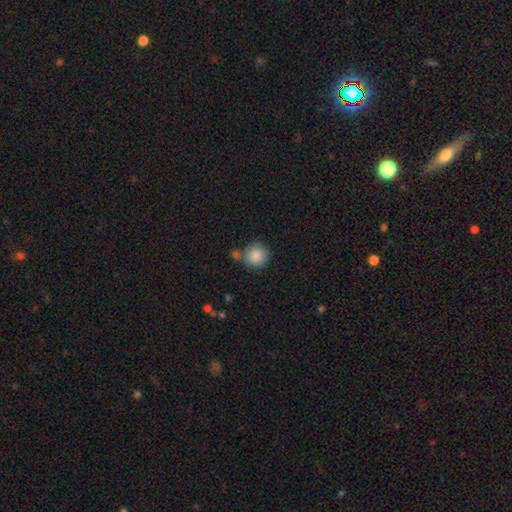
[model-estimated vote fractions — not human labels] Overall: smooth (86%). How rounded: round (92%). Merging: none (65%).